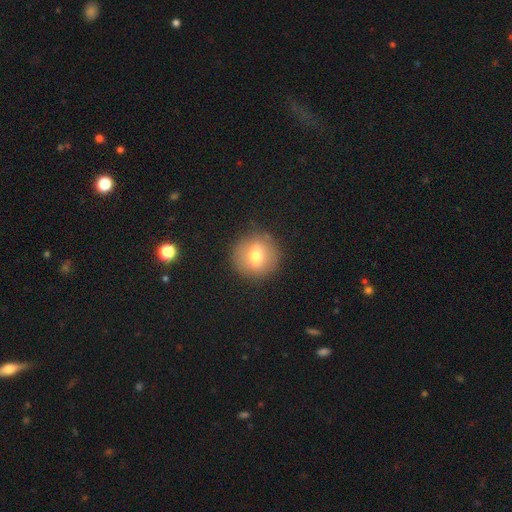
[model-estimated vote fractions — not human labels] The model was most divided on "smooth or featured": smooth: 65%, featured or disk: 25%, star or artifact: 10%. More confident: how rounded — round (90%); merging — none (85%).